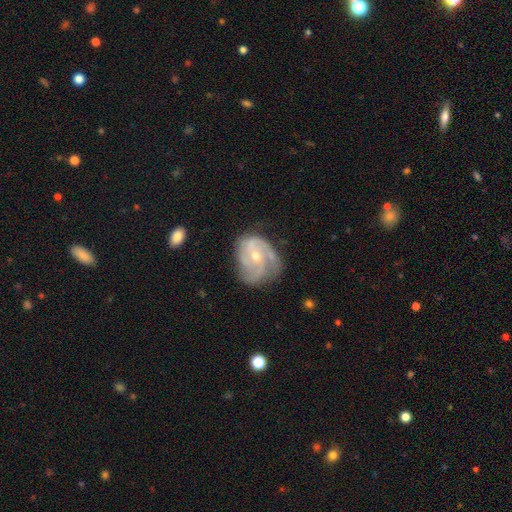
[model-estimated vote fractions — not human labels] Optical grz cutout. It shows a featured or disk galaxy (81%) with no bar (64%), 3 (43%) medium (45%) spiral arms (93%) and a small central bulge (56%). Merging: none (54%).